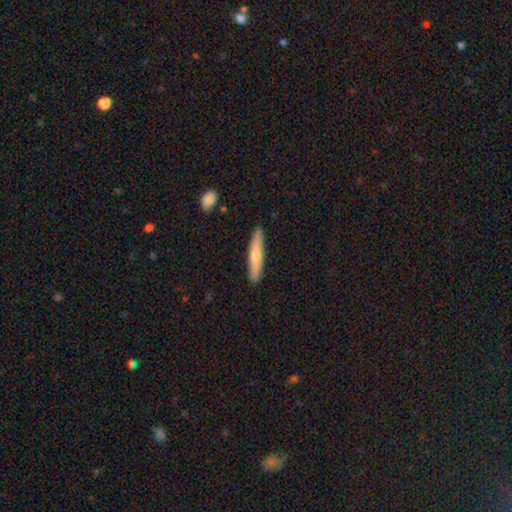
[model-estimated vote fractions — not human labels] Smooth or featured? smooth (64%)
How rounded? cigar-shaped (90%)
Merging? none (88%)